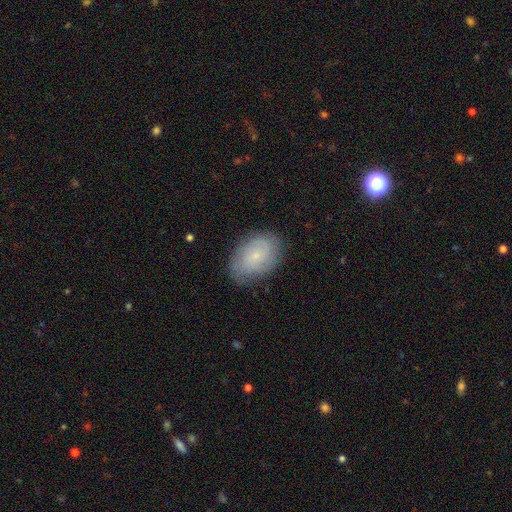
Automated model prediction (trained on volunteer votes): The model was most divided on "smooth or featured": smooth: 46%, featured or disk: 45%, star or artifact: 8%. More confident: merging — none (76%).